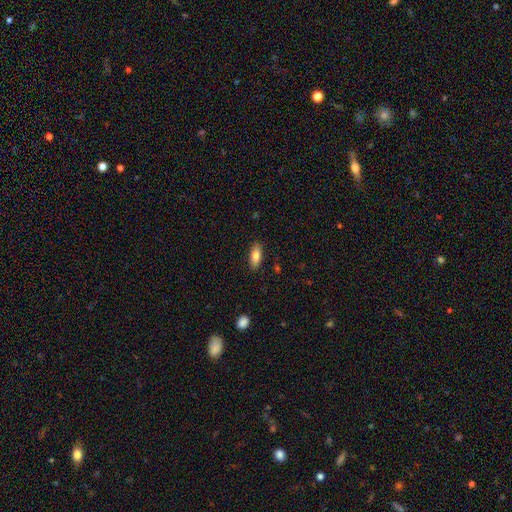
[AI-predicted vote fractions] This is clearly a smooth galaxy (83%). How rounded: clearly in between (82%). Merging: clearly none (87%).